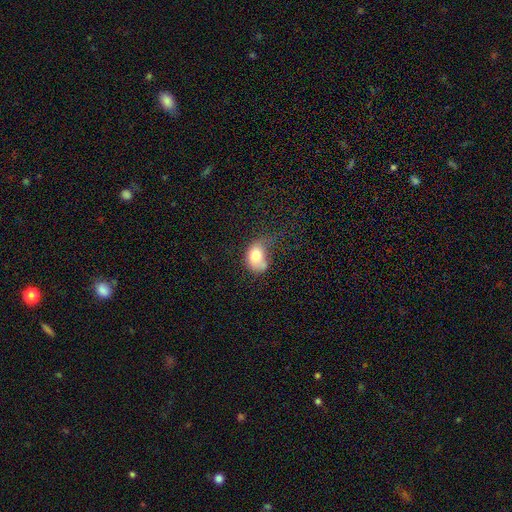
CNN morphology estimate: smooth_or_featured: smooth (p=0.75) [alt: featured or disk p=0.16]
how_rounded: in between (p=0.71) [alt: round p=0.27]
merging: minor disturbance (p=0.34) [alt: major disturbance p=0.30]